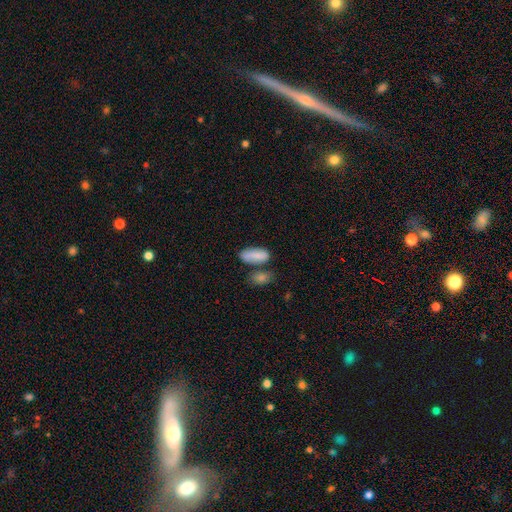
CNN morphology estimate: smooth_or_featured: smooth (p=0.83) [alt: featured or disk p=0.10]
how_rounded: in between (p=0.82) [alt: cigar-shaped p=0.14]
merging: none (p=0.52) [alt: merger p=0.24]